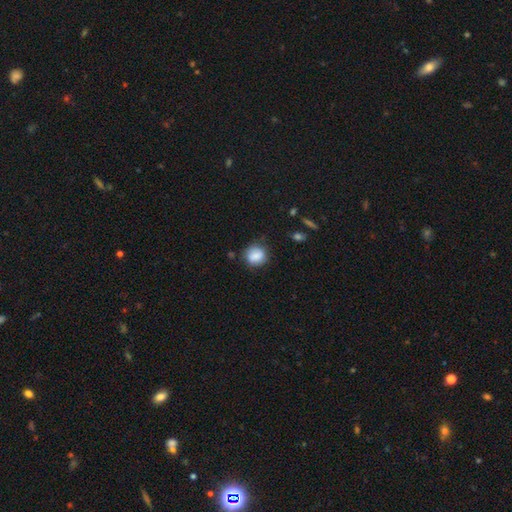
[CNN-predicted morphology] This appears to be a smooth galaxy with no disk features (82%) that is round (74%). Merging: none (71%).